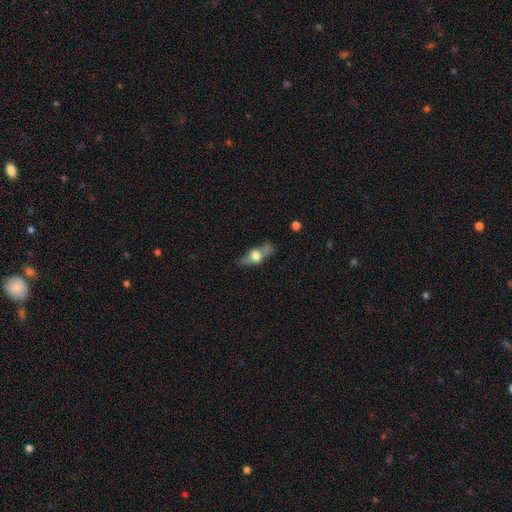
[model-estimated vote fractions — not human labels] smooth-or-featured: featured or disk: 49% | smooth: 41% | star or artifact: 9%
  merging: none: 54% | minor disturbance: 22% | major disturbance: 17% | merger: 7%